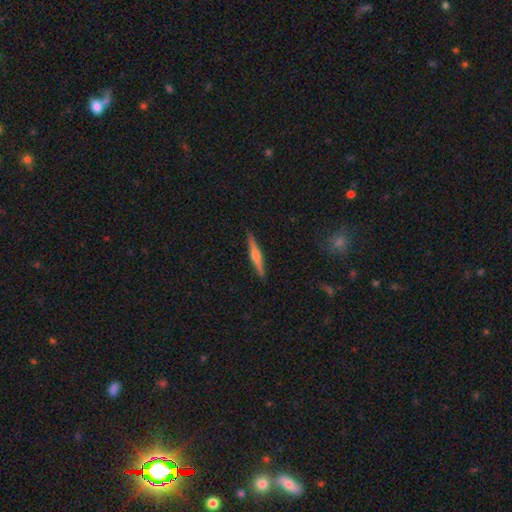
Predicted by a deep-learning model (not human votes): Smooth or featured?
  - featured or disk: 67% *
  - smooth: 27%
  - star or artifact: 6%
Edge-on disk?
  - yes: 98% *
  - no: 2%
Edge-on bulge?
  - rounded: 85% *
  - boxy: 8%
  - none: 7%
Merging?
  - none: 91% *
  - minor disturbance: 6%
  - major disturbance: 1%
  - merger: 1%